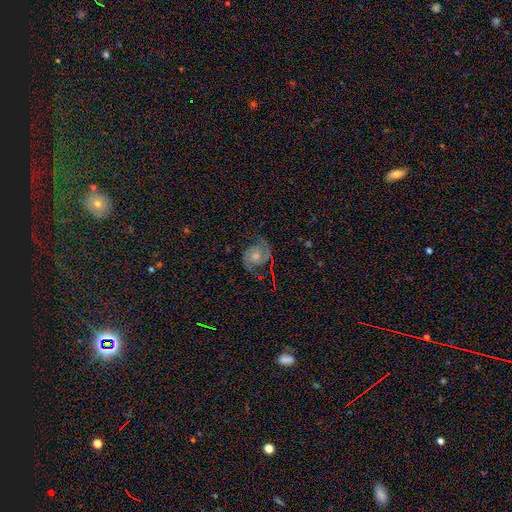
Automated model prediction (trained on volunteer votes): smooth_or_featured: featured or disk (p=0.76) [alt: smooth p=0.14]
disk_edge_on: no (p=0.98) [alt: yes p=0.02]
bar: no (p=0.69) [alt: weak p=0.27]
has_spiral_arms: yes (p=0.95) [alt: no p=0.05]
spiral_winding: medium (p=0.47) [alt: tight p=0.36]
spiral_arm_count: 2 (p=0.89) [alt: can't tell p=0.05]
bulge_size: moderate (p=0.49) [alt: small p=0.26]
merging: none (p=0.71) [alt: minor disturbance p=0.19]